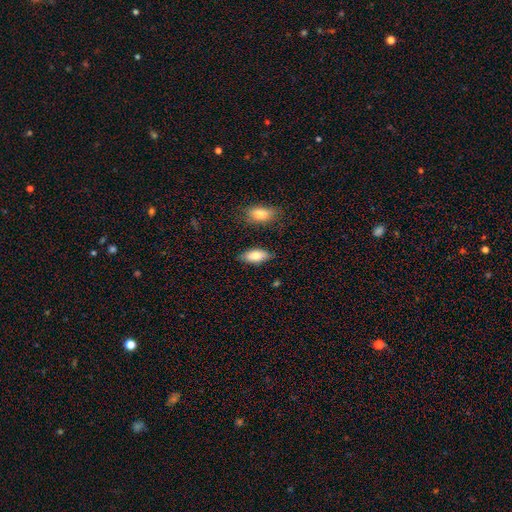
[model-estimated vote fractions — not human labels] Q: Smooth or featured?
A: smooth (81%); runner-up: featured or disk (12%)
Q: How rounded?
A: in between (87%); runner-up: cigar-shaped (10%)
Q: Merging?
A: none (79%); runner-up: minor disturbance (15%)